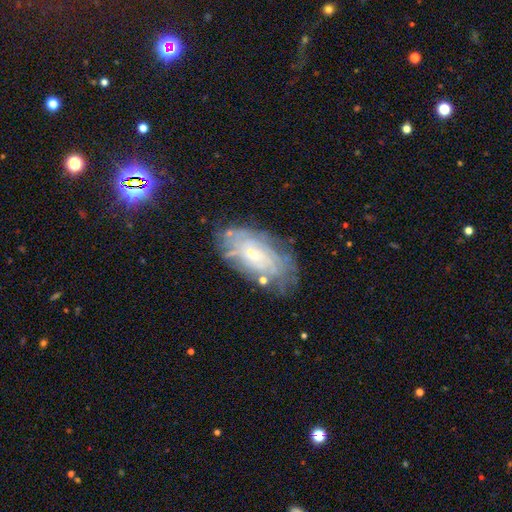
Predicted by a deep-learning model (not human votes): A featured or disk galaxy (67%) with no bar (73%), spiral arms (73%) and a small central bulge (71%).

Vote fractions:
- Smooth or featured? featured or disk: 67% / smooth: 23% / star or artifact: 10%
- Edge-on disk? no: 92% / yes: 8%
- Bar? no: 73% / weak: 23% / strong: 5%
- Spiral arms? yes: 73% / no: 27%
- Bulge size? small: 71% / moderate: 23% / none: 3% / large: 2% / dominant: 1%
- Merging? none: 70% / minor disturbance: 19% / major disturbance: 7% / merger: 3%